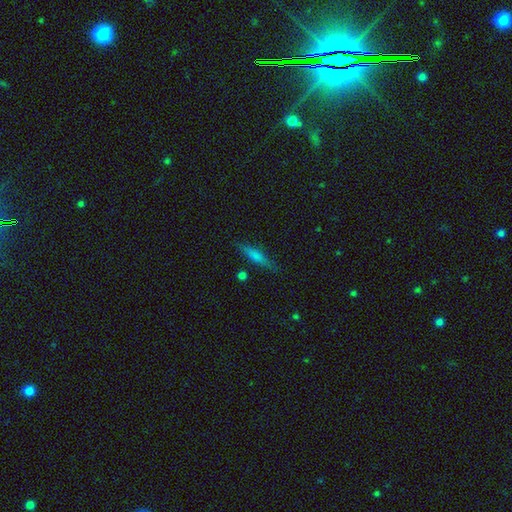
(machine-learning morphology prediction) type=smooth (62%); roundness=cigar-shaped (84%); merging=none (82%).